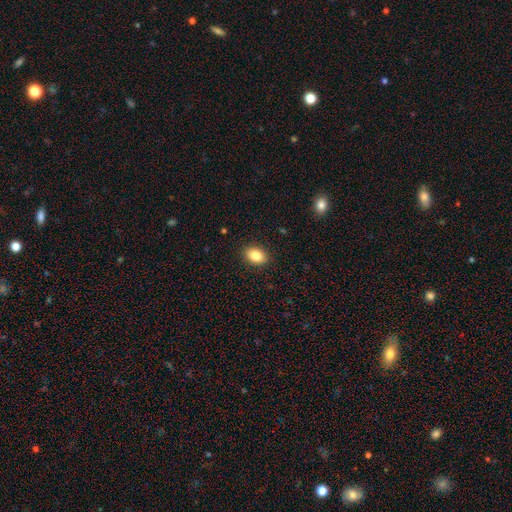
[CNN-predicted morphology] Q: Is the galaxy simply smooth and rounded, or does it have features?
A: smooth — 85%.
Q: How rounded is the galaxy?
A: in between — 79%.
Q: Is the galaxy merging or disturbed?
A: none — 90%.